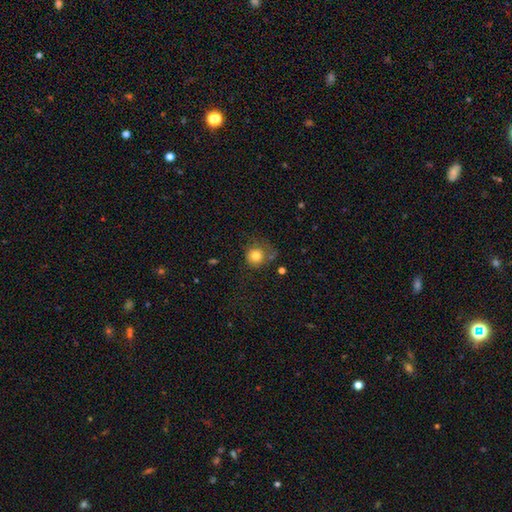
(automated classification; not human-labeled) smooth_or_featured: smooth (p=0.80) [alt: star or artifact p=0.11]
how_rounded: round (p=0.90) [alt: in between p=0.09]
merging: none (p=0.63) [alt: minor disturbance p=0.21]